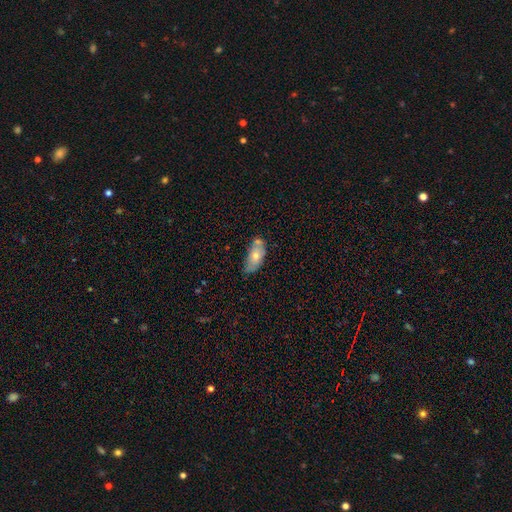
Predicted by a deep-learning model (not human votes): Smooth or featured?
  - smooth: 68% *
  - featured or disk: 25%
  - star or artifact: 7%
How rounded?
  - in between: 88% *
  - cigar-shaped: 9%
  - round: 3%
Merging?
  - none: 46% *
  - minor disturbance: 29%
  - merger: 17%
  - major disturbance: 7%